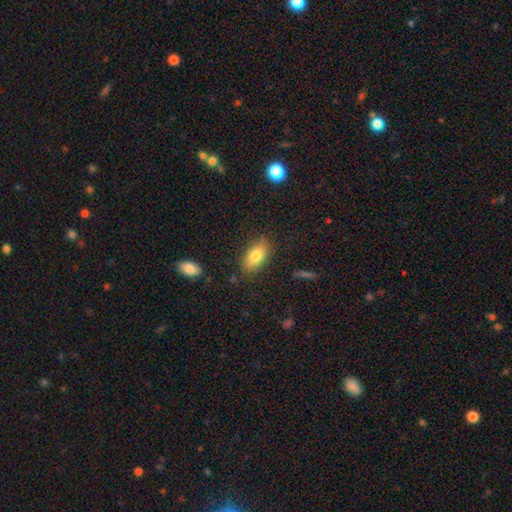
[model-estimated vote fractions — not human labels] This is likely a smooth galaxy (79%). How rounded: clearly in between (89%). Merging: clearly none (81%).